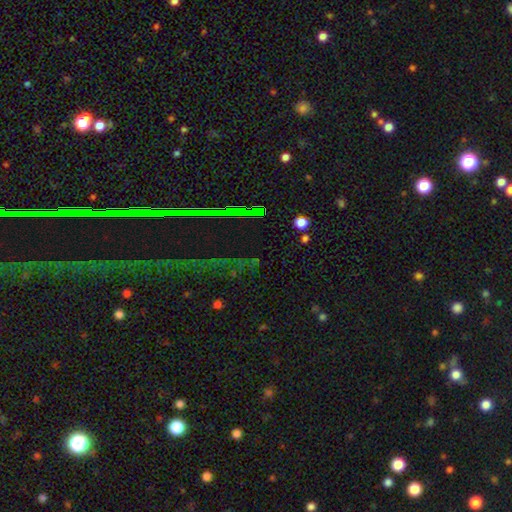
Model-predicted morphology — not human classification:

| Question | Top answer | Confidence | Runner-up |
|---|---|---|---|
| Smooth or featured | star or artifact | 70% | smooth (17%) |